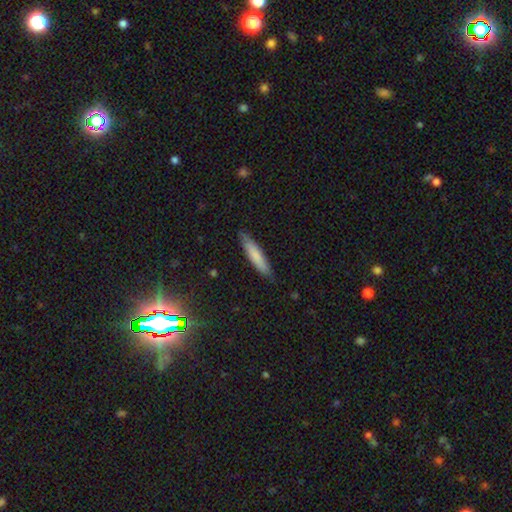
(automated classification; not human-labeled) Q: Smooth or featured?
A: smooth (76%); runner-up: featured or disk (18%)
Q: How rounded?
A: cigar-shaped (84%); runner-up: in between (14%)
Q: Merging?
A: none (85%); runner-up: minor disturbance (12%)